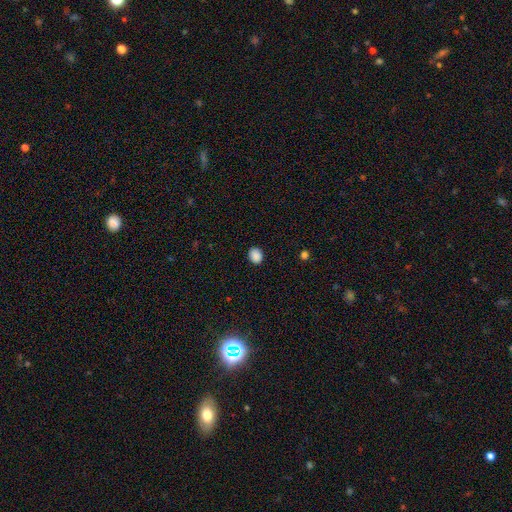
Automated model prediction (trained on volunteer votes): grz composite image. It shows a smooth galaxy with no disk features (88%) that is round (53%). Merging: none (88%).